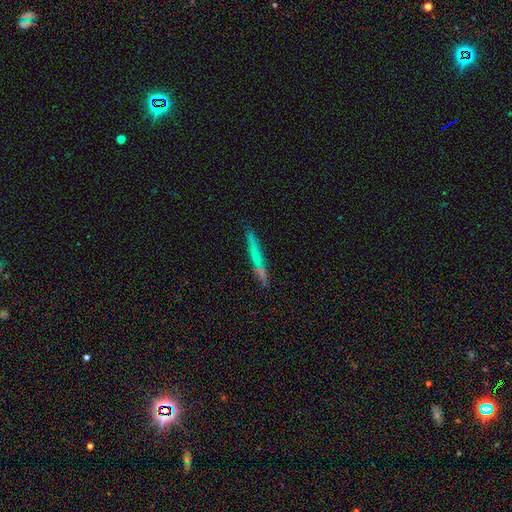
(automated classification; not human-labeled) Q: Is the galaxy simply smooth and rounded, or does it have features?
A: smooth — 46%.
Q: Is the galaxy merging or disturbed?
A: none — 78%.